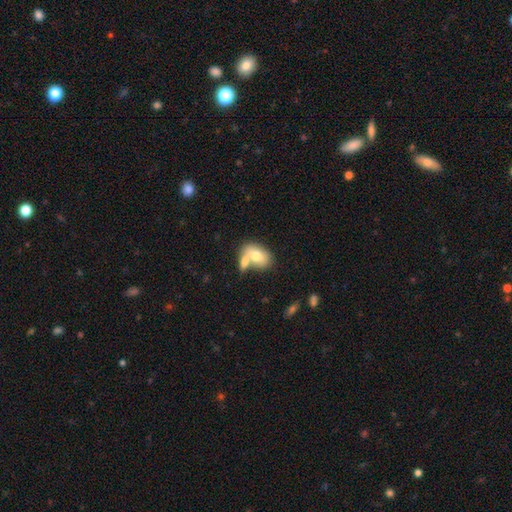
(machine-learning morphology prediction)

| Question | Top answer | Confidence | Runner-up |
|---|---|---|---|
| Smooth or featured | smooth | 70% | featured or disk (23%) |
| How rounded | in between | 84% | round (13%) |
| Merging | merger | 54% | none (31%) |